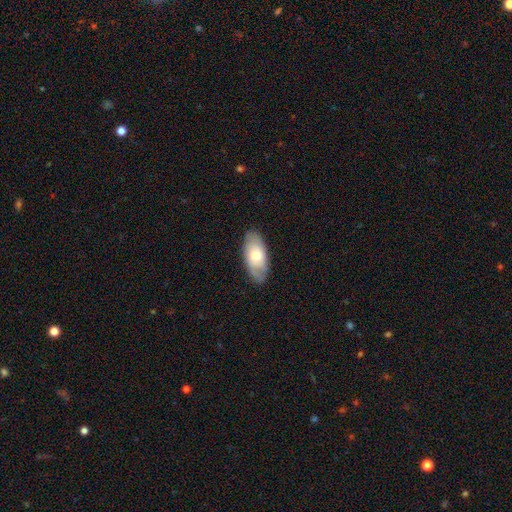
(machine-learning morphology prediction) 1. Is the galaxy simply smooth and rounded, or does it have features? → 57% smooth, 37% featured or disk, 6% star or artifact.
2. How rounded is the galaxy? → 90% in between, 7% cigar-shaped, 3% round.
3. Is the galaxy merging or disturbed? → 80% none, 15% minor disturbance, 3% major disturbance, 1% merger.